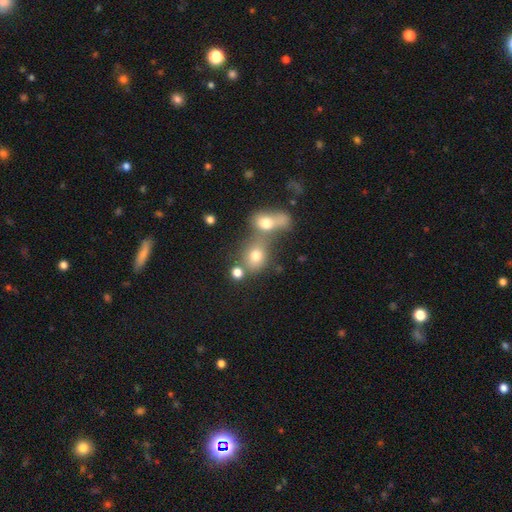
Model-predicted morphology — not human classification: Smooth or featured? smooth (72%)
How rounded? round (54%)
Merging? merger (52%)